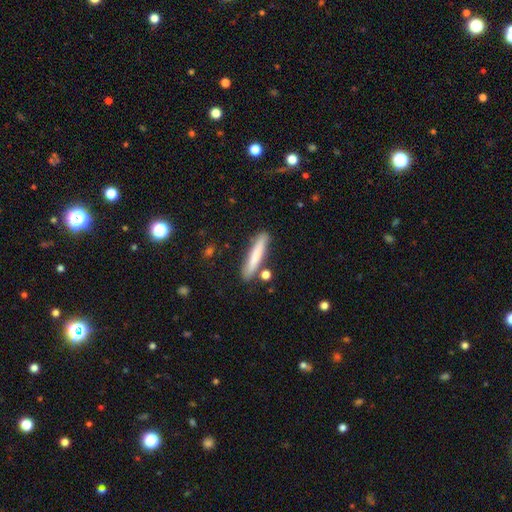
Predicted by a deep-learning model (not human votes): Smooth or featured?
  - smooth: 72% *
  - featured or disk: 22%
  - star or artifact: 6%
How rounded?
  - cigar-shaped: 91% *
  - in between: 7%
  - round: 1%
Merging?
  - none: 81% *
  - minor disturbance: 11%
  - merger: 5%
  - major disturbance: 3%